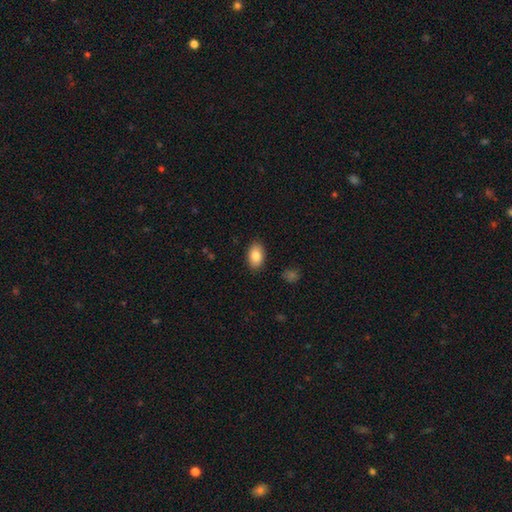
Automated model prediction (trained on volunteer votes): The model was most divided on "smooth or featured": smooth: 86%, featured or disk: 8%, star or artifact: 7%. More confident: how rounded — in between (91%); merging — none (88%).